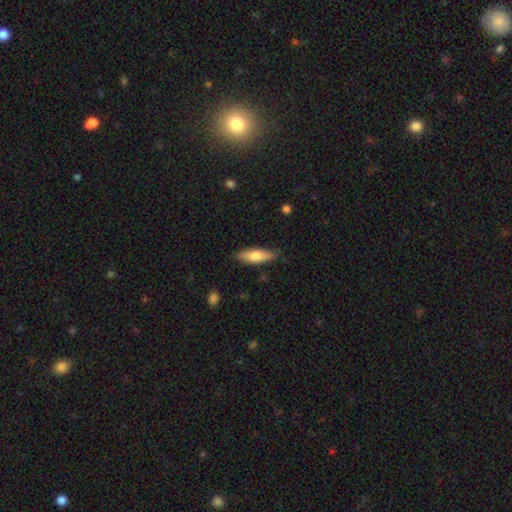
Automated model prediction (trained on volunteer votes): Overall: smooth (70%). How rounded: cigar-shaped (55%; in between 43%). Merging: none (83%).